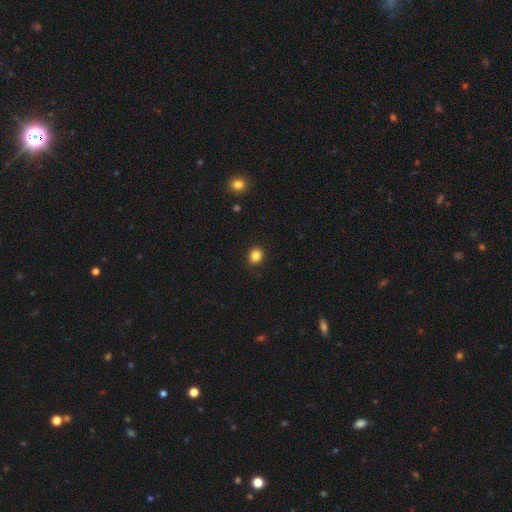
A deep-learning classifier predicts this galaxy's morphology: smooth-or-featured: smooth: 85% | star or artifact: 11% | featured or disk: 4%
  how-rounded: round: 70% | in between: 29% | cigar-shaped: 1%
  merging: none: 89% | minor disturbance: 8% | major disturbance: 2% | merger: 1%